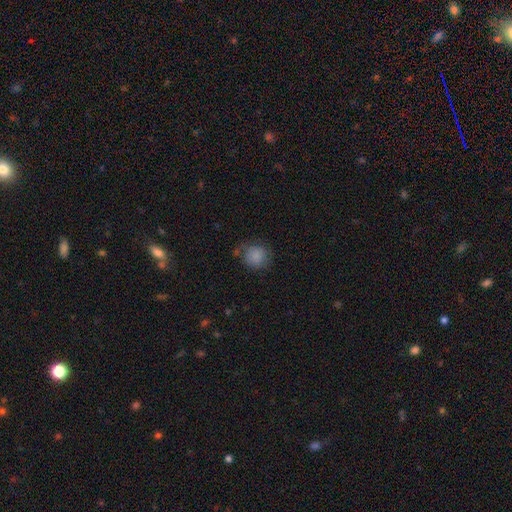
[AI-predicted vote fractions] Morphology: type=smooth (83%); roundness=round (83%); merging=none (61%).